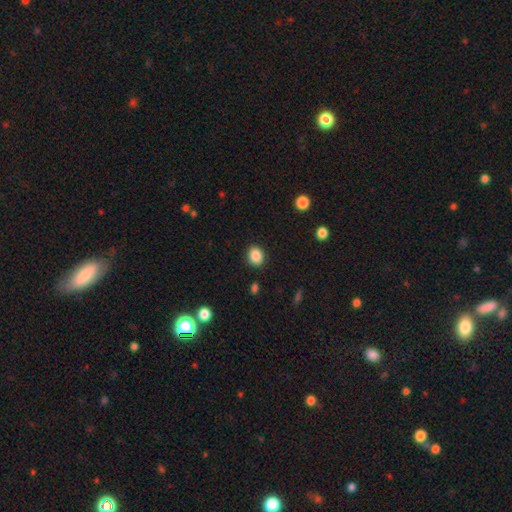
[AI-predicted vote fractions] Smooth or featured?
  - smooth: 88% *
  - star or artifact: 9%
  - featured or disk: 4%
How rounded?
  - round: 54% *
  - in between: 45%
  - cigar-shaped: 1%
Merging?
  - none: 89% *
  - minor disturbance: 7%
  - major disturbance: 2%
  - merger: 1%